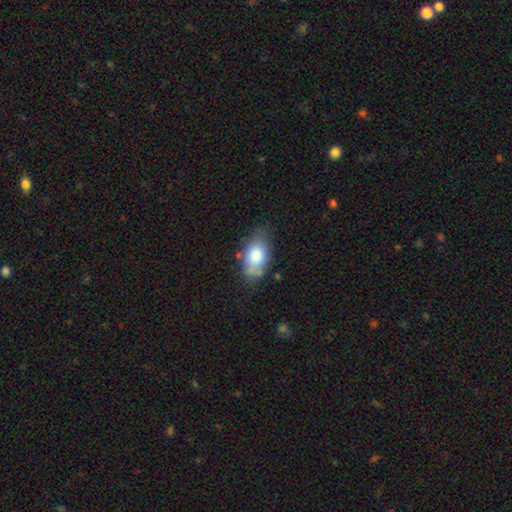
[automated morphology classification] Smooth or featured?
  - smooth: 77% *
  - featured or disk: 16%
  - star or artifact: 7%
How rounded?
  - in between: 90% *
  - round: 8%
  - cigar-shaped: 3%
Merging?
  - none: 57% *
  - minor disturbance: 29%
  - major disturbance: 8%
  - merger: 6%